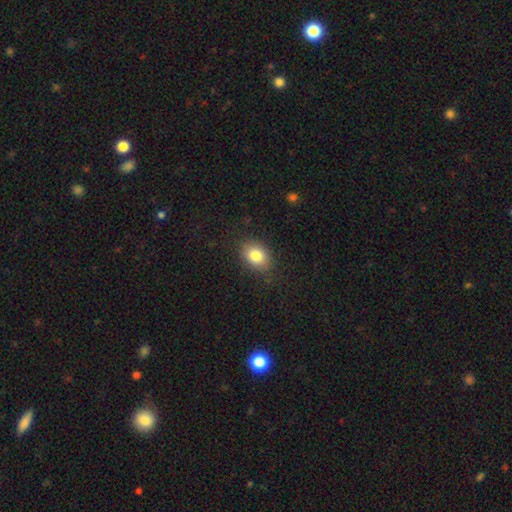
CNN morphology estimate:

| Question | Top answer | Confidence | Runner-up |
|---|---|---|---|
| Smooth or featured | smooth | 82% | star or artifact (9%) |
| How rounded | in between | 70% | round (28%) |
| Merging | none | 83% | minor disturbance (13%) |